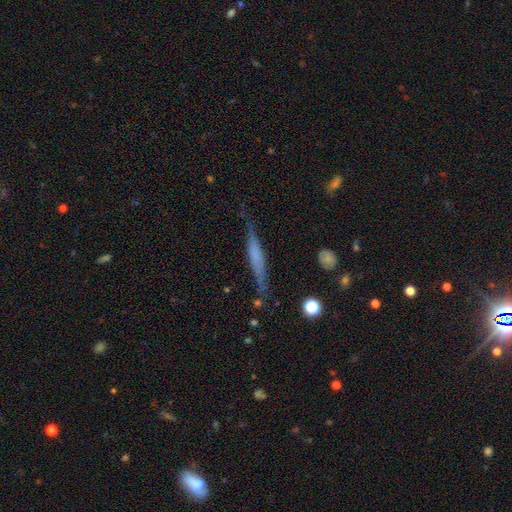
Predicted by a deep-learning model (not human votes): featured or disk 55%, smooth 38%, star or artifact 8%. Down the decision tree: edge-on disk — yes (95%); edge-on bulge — none (45%); merging — none (77%).